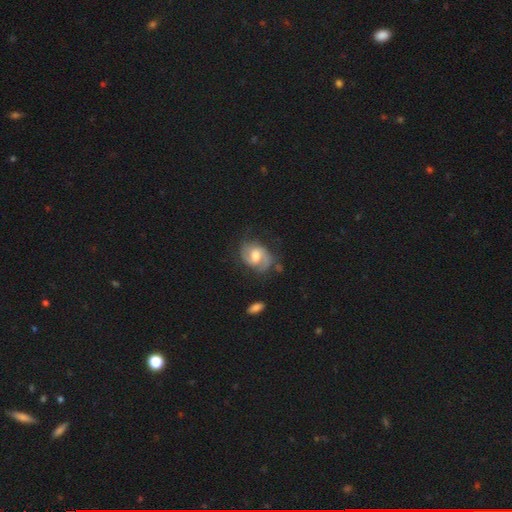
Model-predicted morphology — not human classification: The model was most divided on "bar": weak: 52%, no: 35%, strong: 13%. More confident: edge-on disk — no (98%); spiral arms — yes (94%); spiral arm count — 2 (86%); smooth or featured — featured or disk (80%); merging — none (64%); bulge size — moderate (61%); spiral winding — medium (51%).